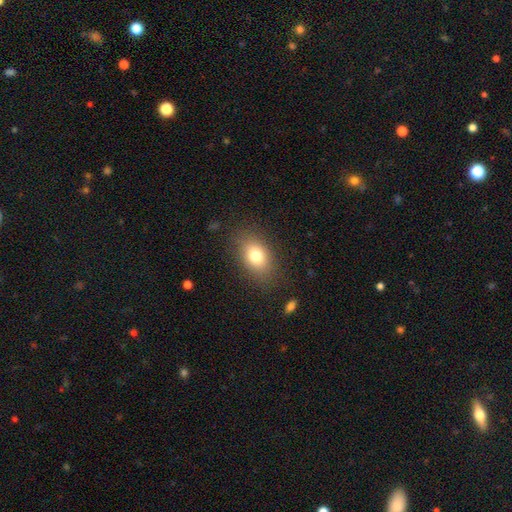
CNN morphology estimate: A smooth galaxy with no disk features (78%) that is in between round and cigar-shaped (80%). Merging: none (82%).